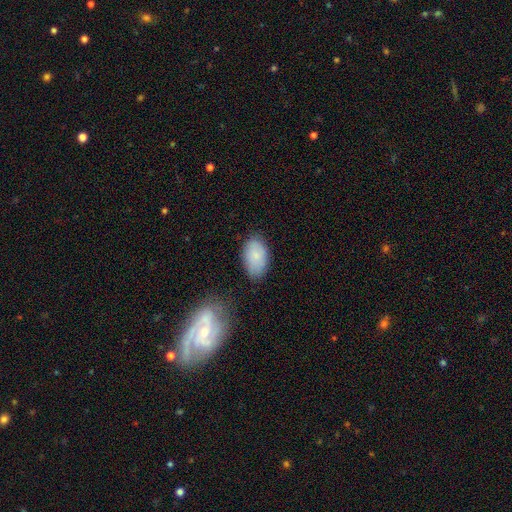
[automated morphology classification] smooth-or-featured: smooth: 82% | featured or disk: 11% | star or artifact: 7%
  how-rounded: in between: 93% | round: 6% | cigar-shaped: 1%
  merging: none: 76% | minor disturbance: 17% | major disturbance: 4% | merger: 3%